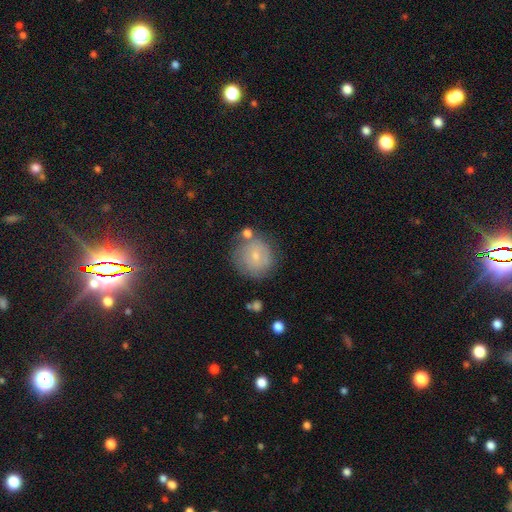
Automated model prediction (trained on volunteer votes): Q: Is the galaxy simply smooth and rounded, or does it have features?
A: smooth — 59%.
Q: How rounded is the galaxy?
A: round — 90%.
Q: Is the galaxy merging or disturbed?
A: none — 66%.